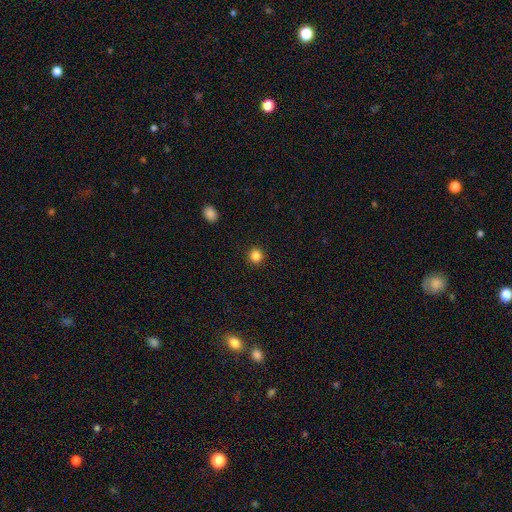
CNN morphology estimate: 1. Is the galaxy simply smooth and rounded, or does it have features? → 85% smooth, 11% star or artifact, 4% featured or disk.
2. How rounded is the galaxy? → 93% round, 6% in between, 1% cigar-shaped.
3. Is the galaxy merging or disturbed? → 92% none, 5% minor disturbance, 2% major disturbance, 1% merger.